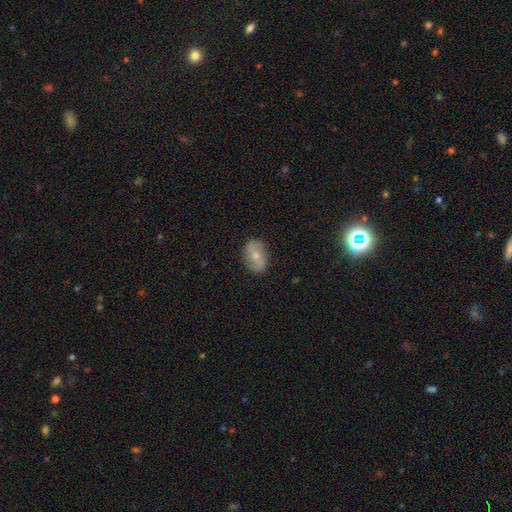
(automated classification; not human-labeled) This is possibly a featured or disk galaxy (48%). Merging: clearly none (83%).